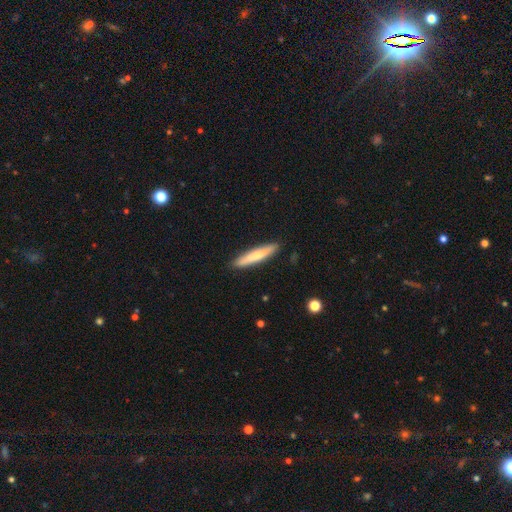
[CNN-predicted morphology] Smooth or featured?
  - smooth: 70% *
  - featured or disk: 25%
  - star or artifact: 5%
How rounded?
  - cigar-shaped: 90% *
  - in between: 9%
  - round: 1%
Merging?
  - none: 90% *
  - minor disturbance: 8%
  - major disturbance: 1%
  - merger: 1%